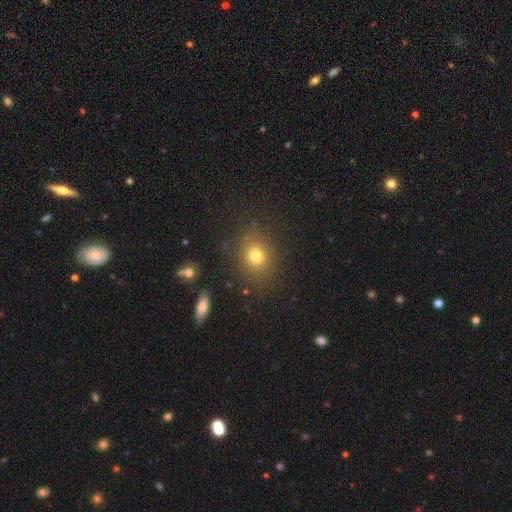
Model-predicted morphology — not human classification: Smooth or featured? Predicted: smooth (p=0.75). How rounded? Predicted: round (p=0.65). Merging? Predicted: none (p=0.82).